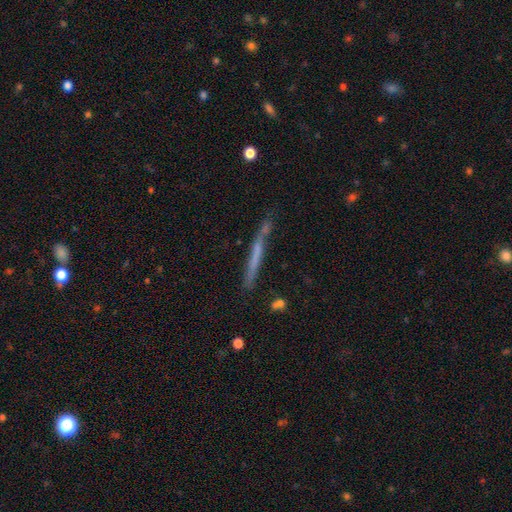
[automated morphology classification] smooth-or-featured: featured or disk: 48% | smooth: 45% | star or artifact: 8%
  merging: none: 69% | minor disturbance: 19% | merger: 6% | major disturbance: 6%